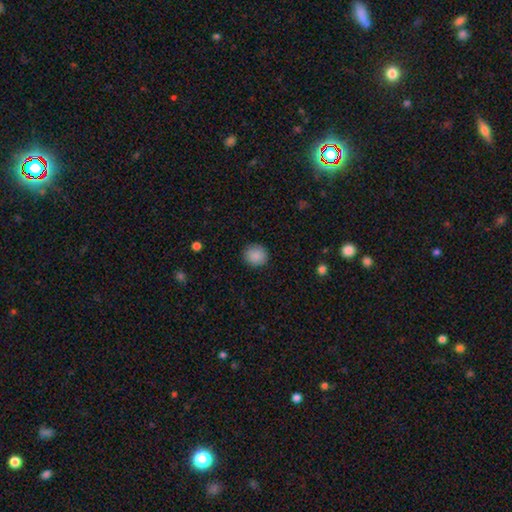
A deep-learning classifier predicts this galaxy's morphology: smooth-or-featured: smooth: 88% | star or artifact: 8% | featured or disk: 4%
  how-rounded: round: 89% | in between: 10% | cigar-shaped: 1%
  merging: none: 89% | minor disturbance: 8% | major disturbance: 2% | merger: 1%